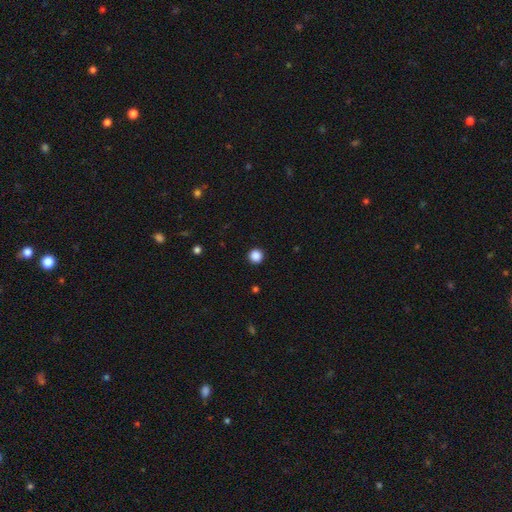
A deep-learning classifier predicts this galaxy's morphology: A smooth galaxy with no disk features (87%) that is round (96%).

Vote fractions:
- Smooth or featured? smooth: 87% / star or artifact: 11% / featured or disk: 2%
- How rounded? round: 96% / in between: 3% / cigar-shaped: 1%
- Merging? none: 93% / minor disturbance: 4% / major disturbance: 2% / merger: 1%